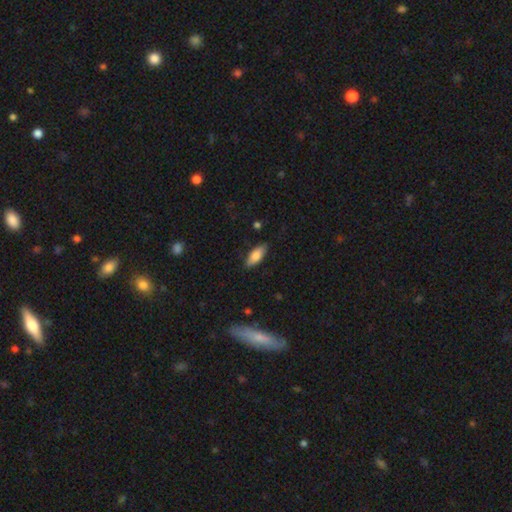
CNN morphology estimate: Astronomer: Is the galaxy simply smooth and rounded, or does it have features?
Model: smooth — 79%.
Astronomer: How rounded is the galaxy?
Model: in between — 78%.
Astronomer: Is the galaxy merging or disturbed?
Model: none — 84%.